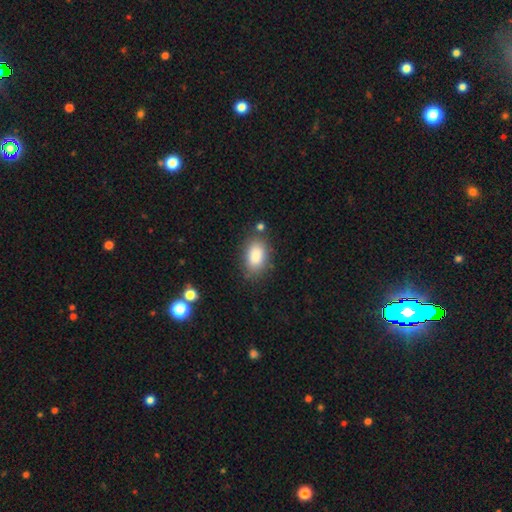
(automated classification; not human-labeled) Smooth or featured?
  - smooth: 87% *
  - star or artifact: 7%
  - featured or disk: 5%
How rounded?
  - in between: 90% *
  - round: 8%
  - cigar-shaped: 2%
Merging?
  - none: 76% *
  - minor disturbance: 15%
  - major disturbance: 5%
  - merger: 4%